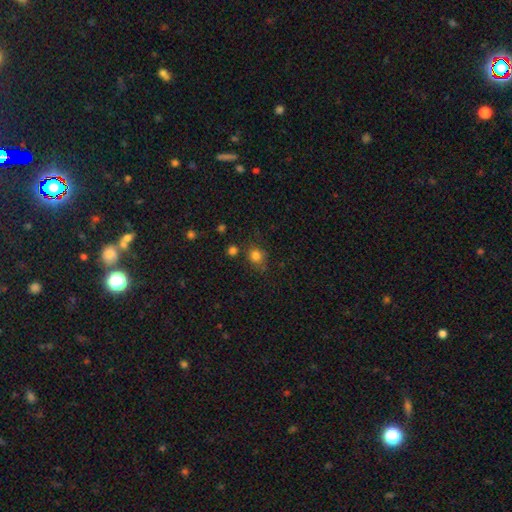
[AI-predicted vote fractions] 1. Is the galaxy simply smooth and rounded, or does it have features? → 80% smooth, 14% star or artifact, 6% featured or disk.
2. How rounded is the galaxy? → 81% round, 18% in between, 1% cigar-shaped.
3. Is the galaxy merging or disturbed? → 71% none, 16% minor disturbance, 8% merger, 5% major disturbance.